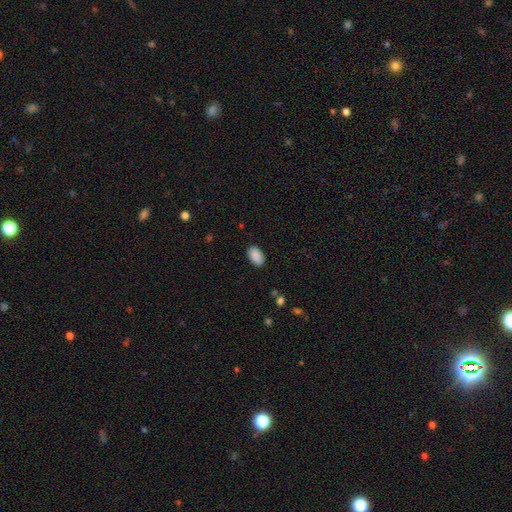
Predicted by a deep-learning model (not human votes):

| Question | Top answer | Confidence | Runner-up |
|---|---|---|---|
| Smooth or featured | smooth | 90% | star or artifact (7%) |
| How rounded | in between | 94% | round (5%) |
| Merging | none | 87% | minor disturbance (9%) |